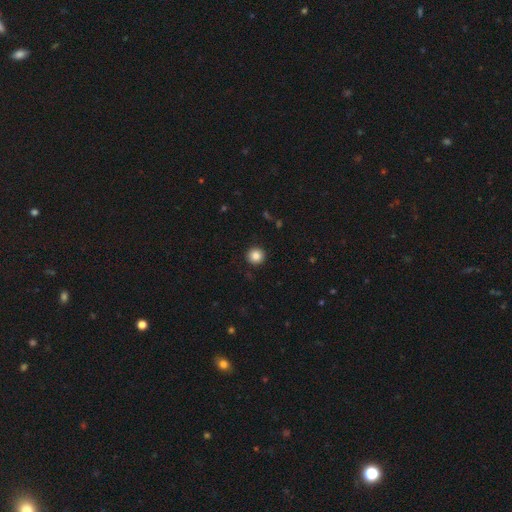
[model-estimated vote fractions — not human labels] Overall: smooth (85%). How rounded: round (96%). Merging: none (93%).